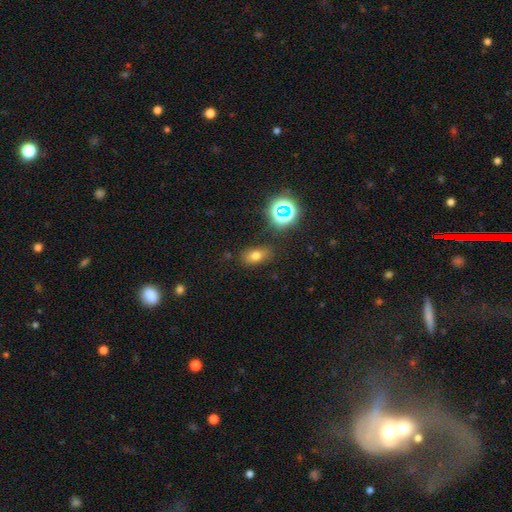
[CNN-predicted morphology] smooth_or_featured: smooth (p=0.69) [alt: star or artifact p=0.20]
how_rounded: in between (p=0.79) [alt: round p=0.17]
merging: none (p=0.81) [alt: minor disturbance p=0.13]